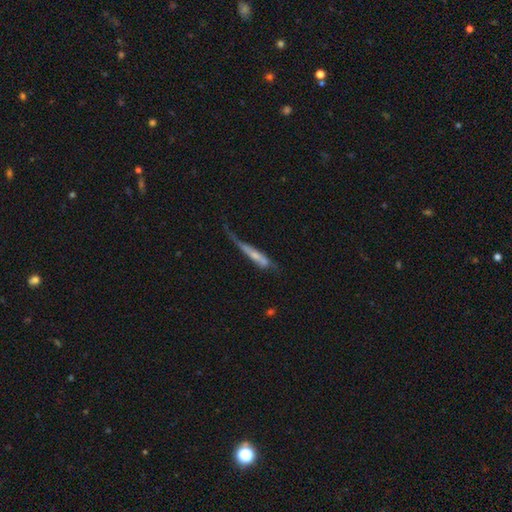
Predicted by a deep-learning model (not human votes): Smooth or featured: featured or disk — 53% (smooth — 40%)
Edge-on disk: yes — 62% (no — 38%)
Merging: major disturbance — 36% (none — 29%)